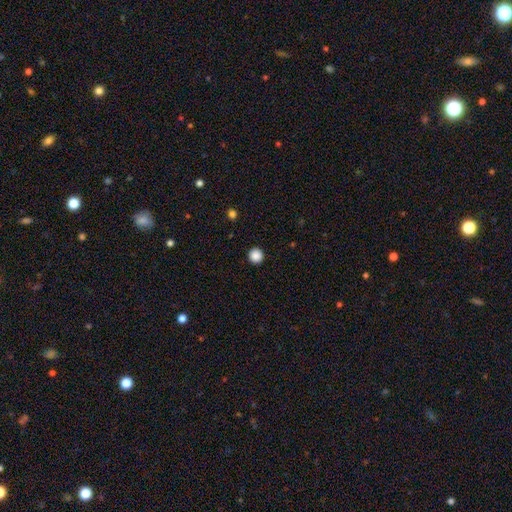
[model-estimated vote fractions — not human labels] This appears to be a smooth galaxy with no disk features (88%) that is round (96%). Merging: none (94%).